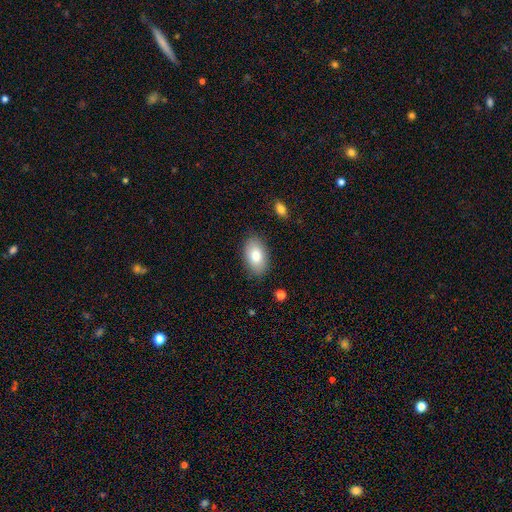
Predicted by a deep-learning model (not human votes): Smooth or featured: smooth — 81% (featured or disk — 13%)
How rounded: in between — 93% (round — 6%)
Merging: none — 85% (minor disturbance — 11%)